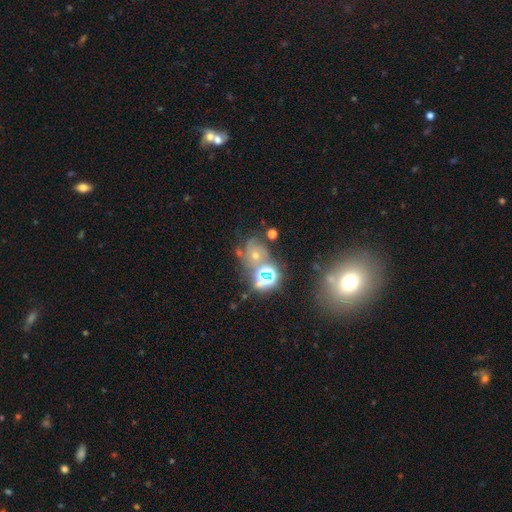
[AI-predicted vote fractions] A star or artifact, not a galaxy (38%).

Vote fractions:
- Smooth or featured? star or artifact: 38% / featured or disk: 34% / smooth: 28%